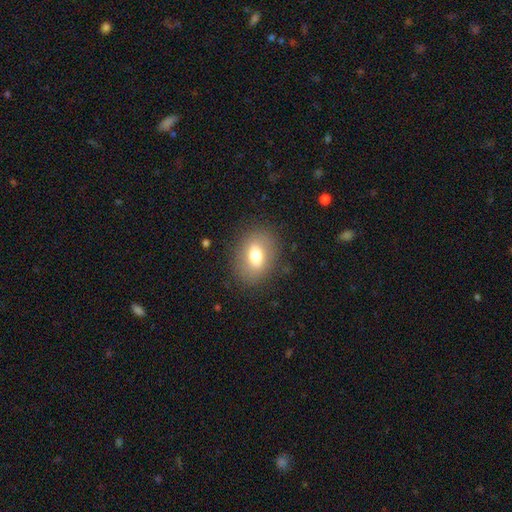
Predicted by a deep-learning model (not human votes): smooth 69%, featured or disk 22%, star or artifact 10%. Down the decision tree: how rounded — in between (66%); merging — none (83%).